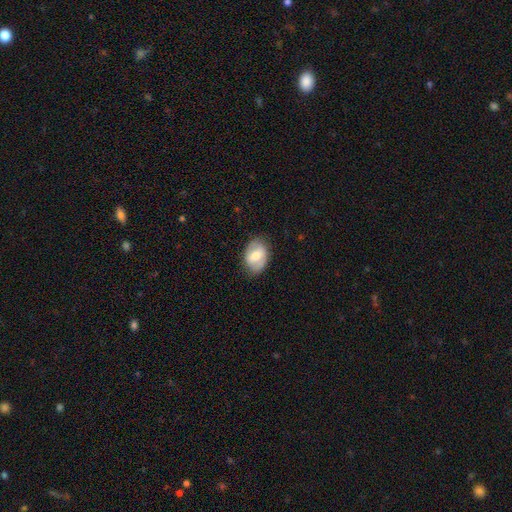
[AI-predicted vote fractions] Morphology: type=smooth (60%); roundness=in between (79%); merging=none (80%).